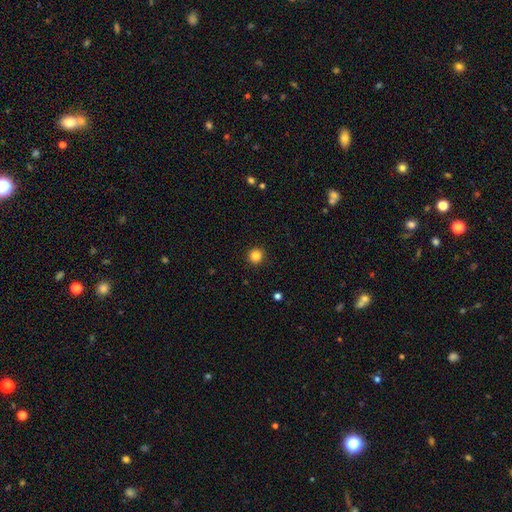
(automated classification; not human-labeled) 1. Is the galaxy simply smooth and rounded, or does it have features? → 85% smooth, 11% star or artifact, 4% featured or disk.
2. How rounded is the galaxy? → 94% round, 5% in between, 1% cigar-shaped.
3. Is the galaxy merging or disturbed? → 92% none, 5% minor disturbance, 2% major disturbance, 1% merger.